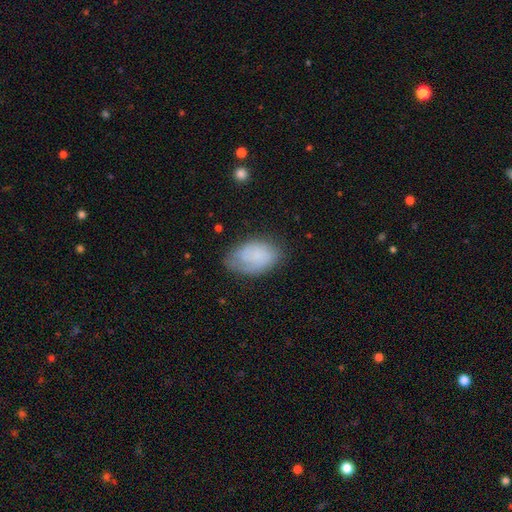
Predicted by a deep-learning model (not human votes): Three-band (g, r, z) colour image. It shows a smooth galaxy with no disk features (67%) that is in between round and cigar-shaped (89%). Merging: none (64%).